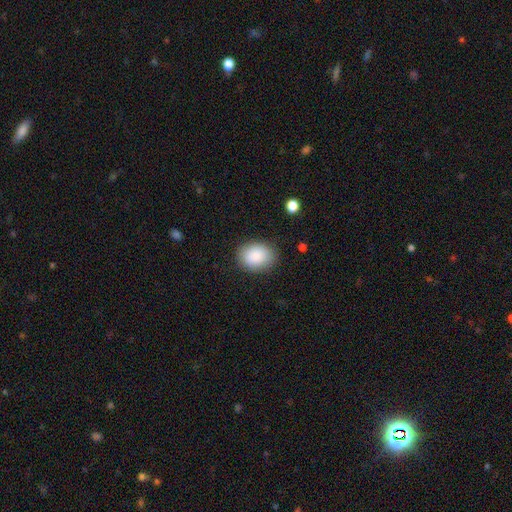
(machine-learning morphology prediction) smooth-or-featured: smooth: 87% | star or artifact: 7% | featured or disk: 6%
  how-rounded: in between: 60% | round: 39% | cigar-shaped: 1%
  merging: none: 84% | minor disturbance: 11% | major disturbance: 3% | merger: 1%